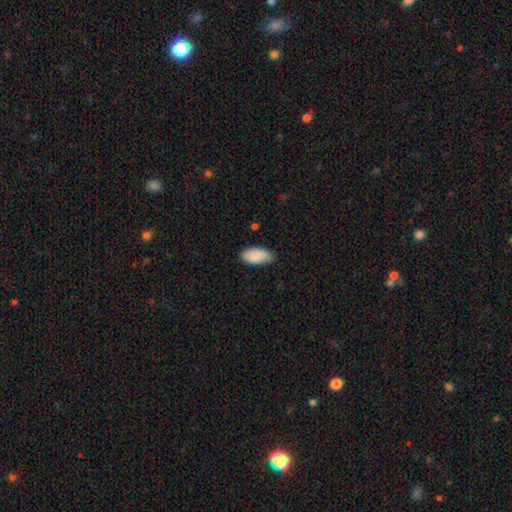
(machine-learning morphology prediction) Smooth or featured: smooth — 90% (star or artifact — 6%)
How rounded: in between — 94% (cigar-shaped — 4%)
Merging: none — 80% (minor disturbance — 16%)